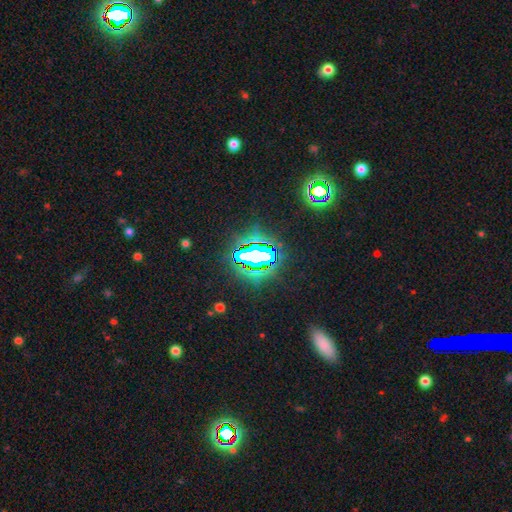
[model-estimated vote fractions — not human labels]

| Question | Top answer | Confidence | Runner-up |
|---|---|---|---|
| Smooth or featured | star or artifact | 74% | smooth (14%) |